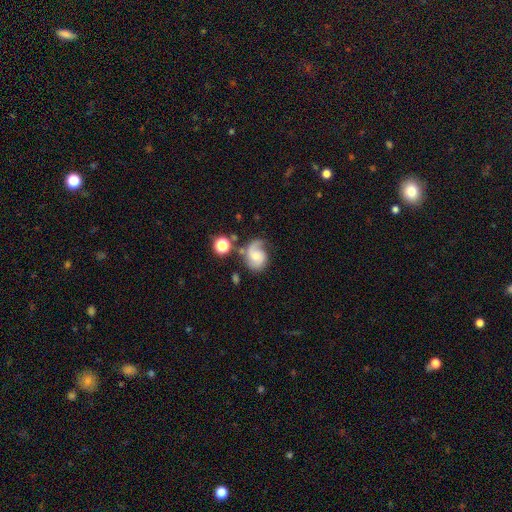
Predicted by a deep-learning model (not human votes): The model was most divided on "bulge size": moderate: 48%, small: 42%, none: 5%, large: 4%, dominant: 1%. Remaining: edge-on disk — no (98%); spiral arms — yes (94%); smooth or featured — featured or disk (72%); bar — no (63%); spiral arm count — 2 (56%); merging — none (53%); spiral winding — medium (45%).